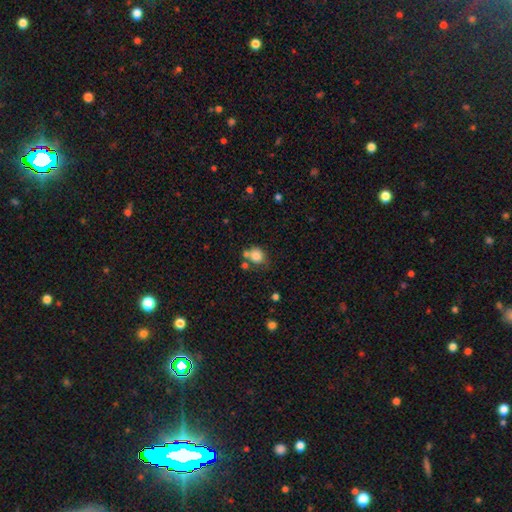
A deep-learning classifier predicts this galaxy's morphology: type=smooth (81%); roundness=round (74%); merging=none (55%).